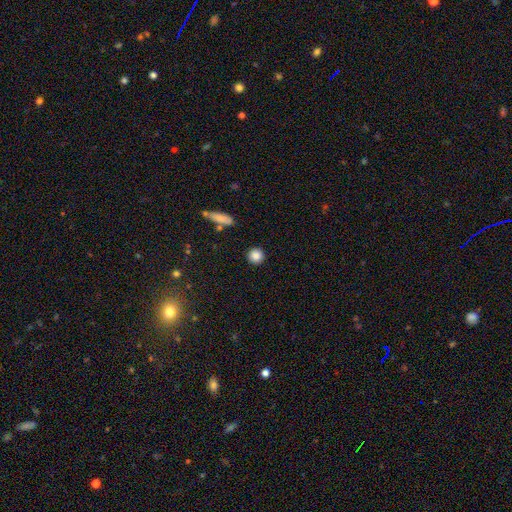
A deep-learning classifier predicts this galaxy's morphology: Q: Smooth or featured?
A: smooth (86%); runner-up: star or artifact (9%)
Q: How rounded?
A: round (94%); runner-up: in between (5%)
Q: Merging?
A: none (90%); runner-up: minor disturbance (6%)